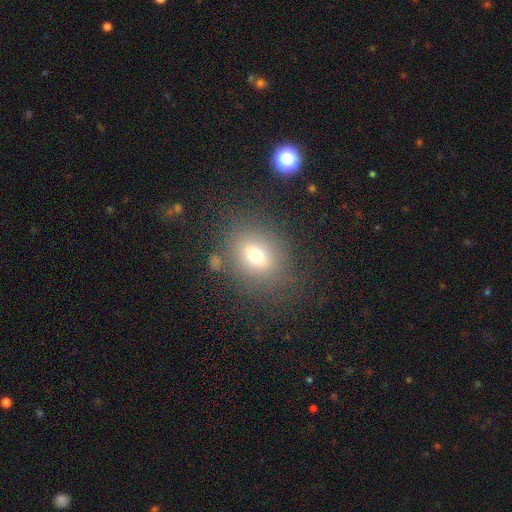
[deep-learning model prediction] smooth 67%, featured or disk 17%, star or artifact 16%. Down the decision tree: how rounded — round (59%); merging — none (77%).